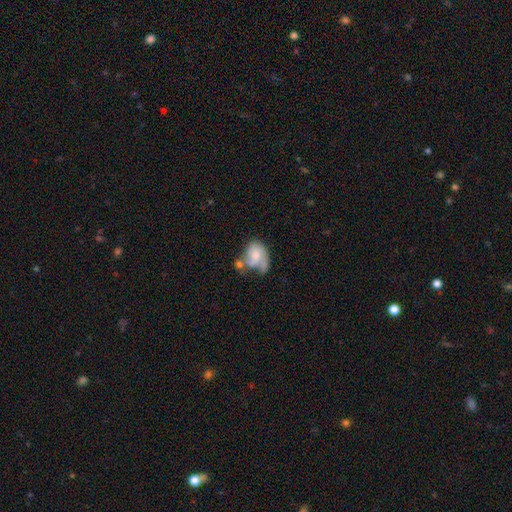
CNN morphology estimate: Smooth or featured? Predicted: smooth (p=0.54). How rounded? Predicted: in between (p=0.72). Merging? Predicted: merger (p=0.31).